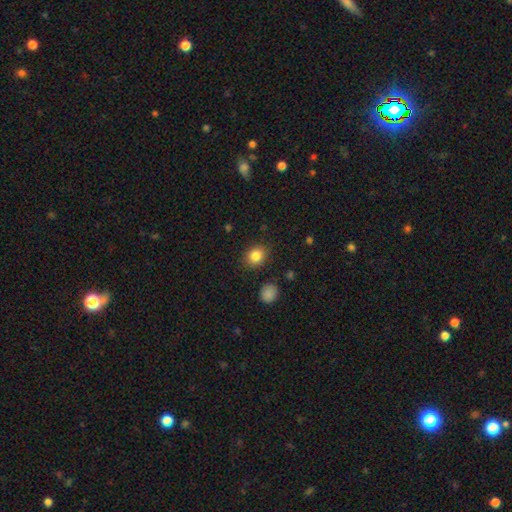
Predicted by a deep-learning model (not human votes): Smooth or featured: smooth — 84% (star or artifact — 10%)
How rounded: round — 64% (in between — 35%)
Merging: none — 86% (minor disturbance — 9%)